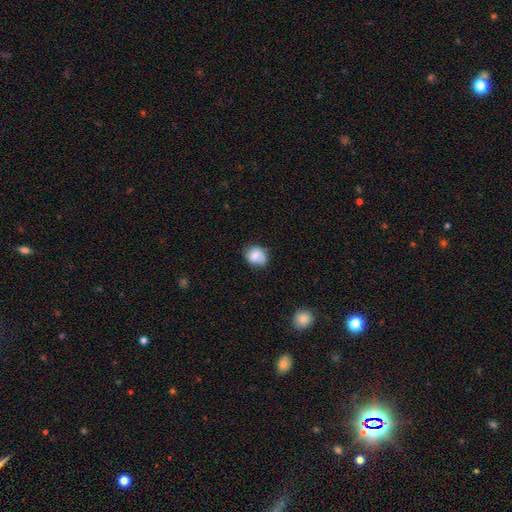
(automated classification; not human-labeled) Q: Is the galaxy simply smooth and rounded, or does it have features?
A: smooth — 76%.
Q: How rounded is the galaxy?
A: round — 55%.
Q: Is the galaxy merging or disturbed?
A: none — 59%.